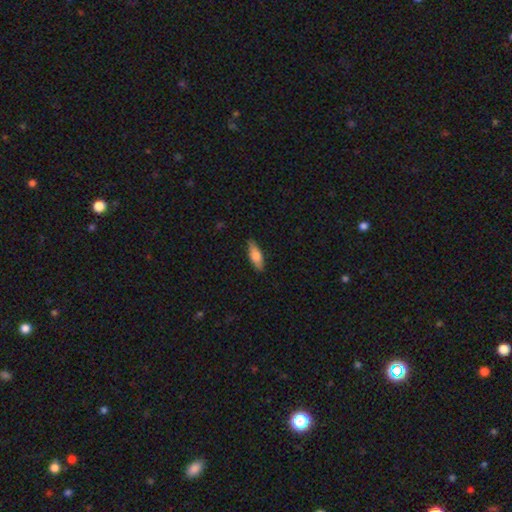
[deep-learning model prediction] smooth-or-featured: smooth: 74% | featured or disk: 20% | star or artifact: 6%
  how-rounded: in between: 61% | cigar-shaped: 37% | round: 2%
  merging: none: 85% | minor disturbance: 12% | major disturbance: 2% | merger: 1%